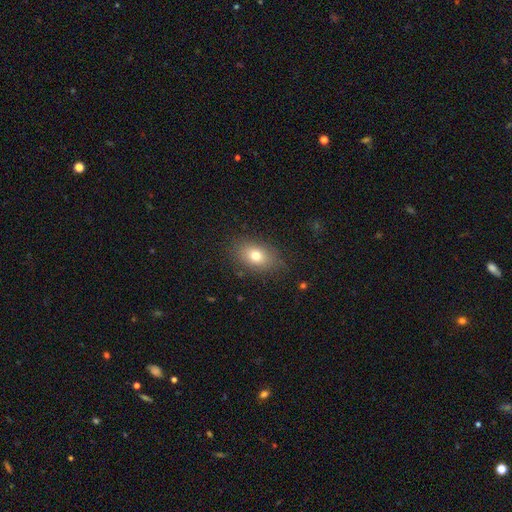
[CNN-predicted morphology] Smooth or featured: smooth — 74% (featured or disk — 14%)
How rounded: in between — 77% (round — 21%)
Merging: none — 83% (minor disturbance — 11%)